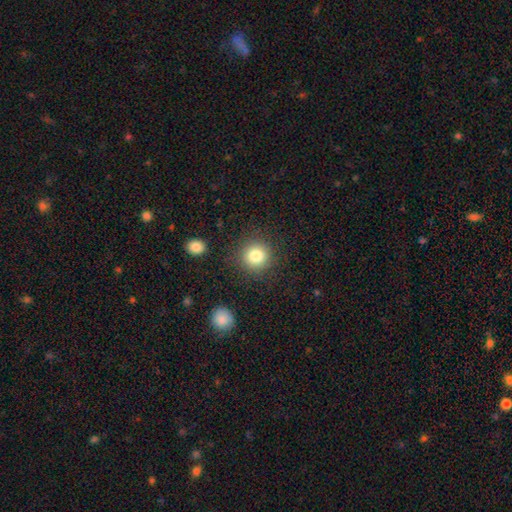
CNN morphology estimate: A smooth galaxy with no disk features (83%) that is round (93%). Merging: none (86%).